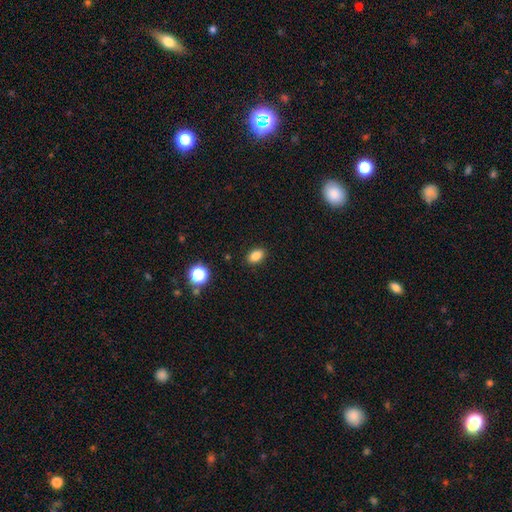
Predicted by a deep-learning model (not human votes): smooth-or-featured: smooth: 84% | star or artifact: 11% | featured or disk: 5%
  how-rounded: in between: 85% | round: 14% | cigar-shaped: 2%
  merging: none: 89% | minor disturbance: 8% | major disturbance: 2% | merger: 1%